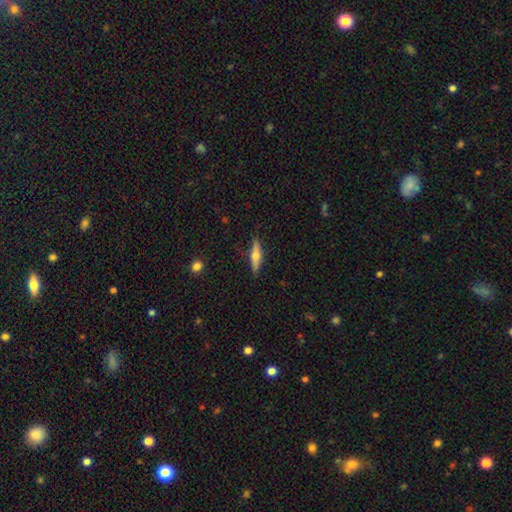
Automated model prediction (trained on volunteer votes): Morphology: type=featured or disk (51%); edge-on=yes (93%); merging=none (87%).